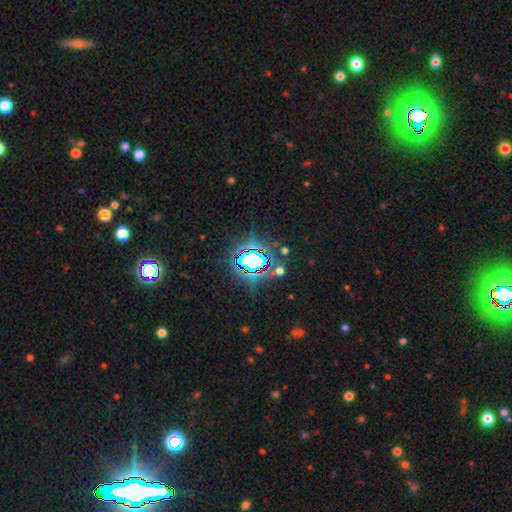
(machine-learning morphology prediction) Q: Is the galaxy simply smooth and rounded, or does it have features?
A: star or artifact — 78%.